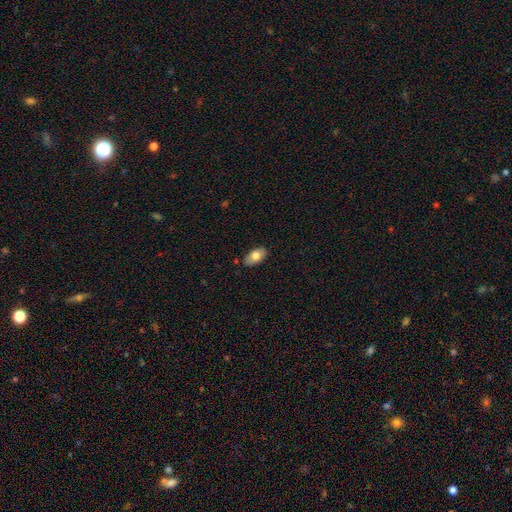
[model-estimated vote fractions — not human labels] Smooth or featured? Predicted: smooth (p=0.73). How rounded? Predicted: in between (p=0.93). Merging? Predicted: none (p=0.83).